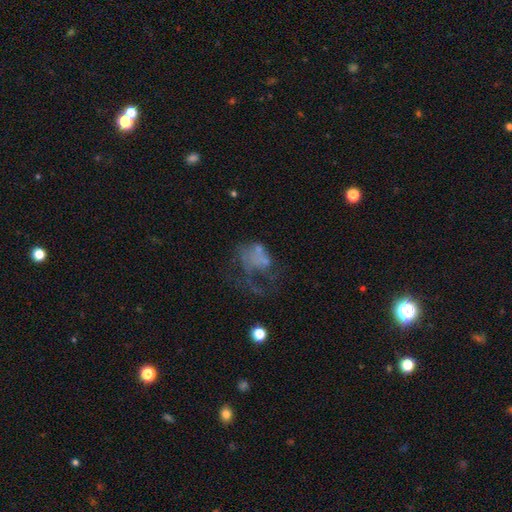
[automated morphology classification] This is possibly a featured or disk galaxy (50%). It is clearly not viewed edge-on (98%). Merging: possibly major disturbance (56%).